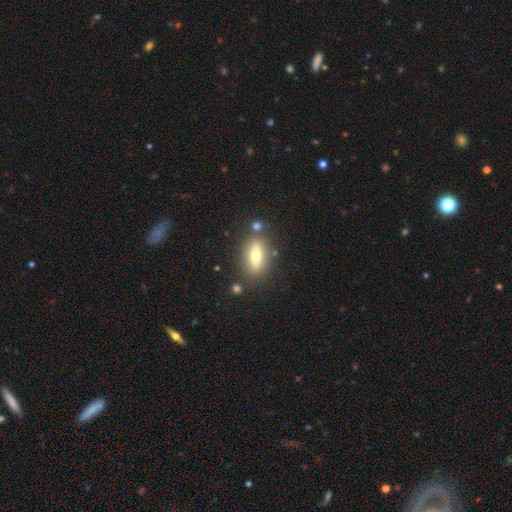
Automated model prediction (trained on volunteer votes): smooth_or_featured: smooth (p=0.57) [alt: featured or disk p=0.35]
how_rounded: in between (p=0.67) [alt: cigar-shaped p=0.28]
merging: none (p=0.79) [alt: minor disturbance p=0.11]